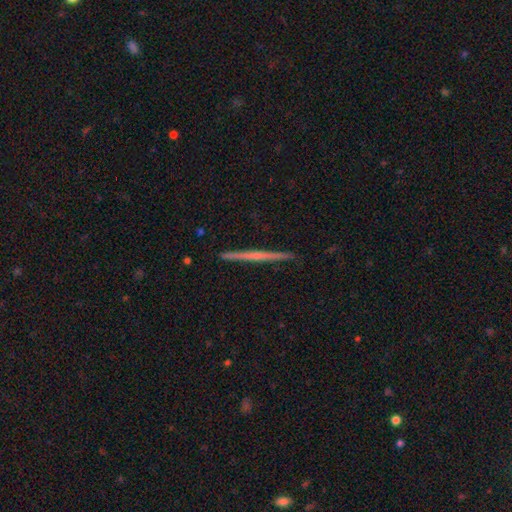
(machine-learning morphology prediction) A featured or disk galaxy (63%) viewed edge-on (98%) with no central bulge (78%).

Vote fractions:
- Smooth or featured? featured or disk: 63% / smooth: 32% / star or artifact: 5%
- Edge-on disk? yes: 98% / no: 2%
- Edge-on bulge? none: 78% / rounded: 17% / boxy: 5%
- Merging? none: 93% / minor disturbance: 4% / major disturbance: 1% / merger: 1%